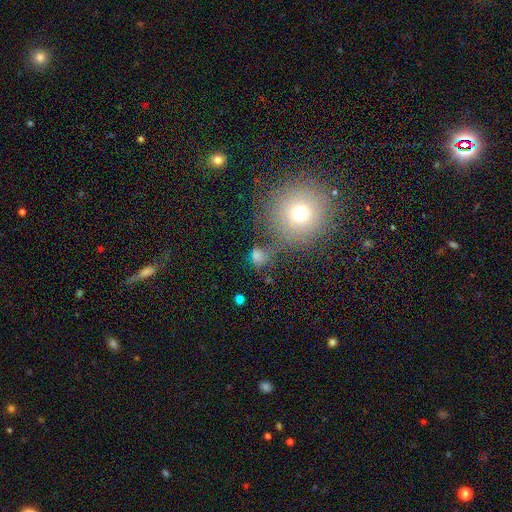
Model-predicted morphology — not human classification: Smooth or featured: smooth — 58% (star or artifact — 27%)
How rounded: round — 63% (in between — 34%)
Merging: none — 50% (minor disturbance — 18%)